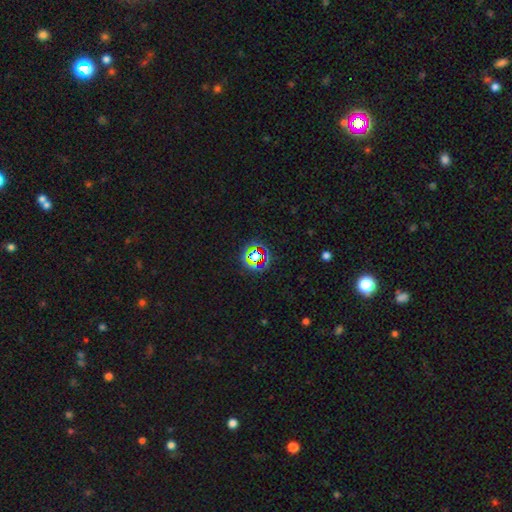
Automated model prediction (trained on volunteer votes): Smooth or featured?
  - star or artifact: 66% *
  - smooth: 21%
  - featured or disk: 13%